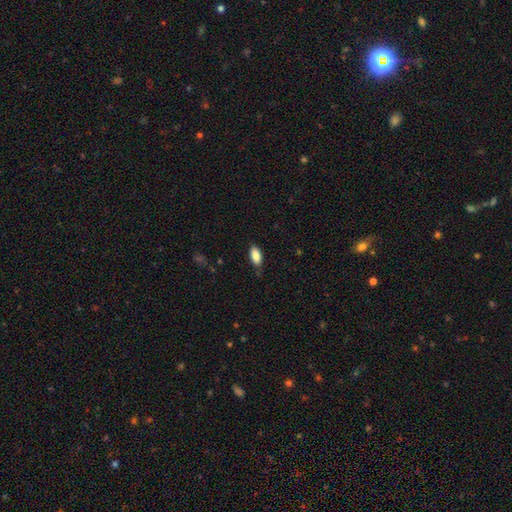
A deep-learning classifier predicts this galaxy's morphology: Smooth or featured? Predicted: smooth (p=0.87). How rounded? Predicted: in between (p=0.91). Merging? Predicted: none (p=0.78).